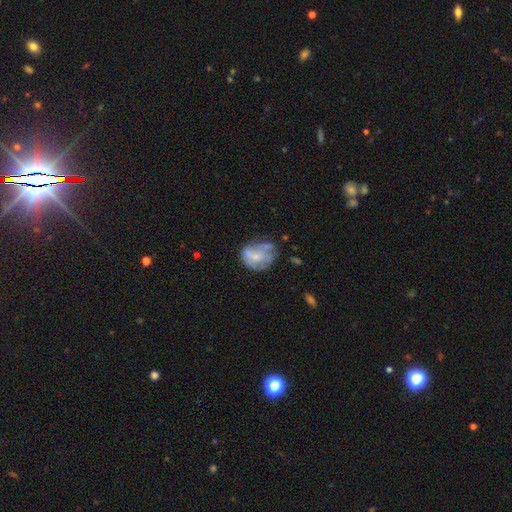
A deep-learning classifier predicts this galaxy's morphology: type=featured or disk (51%); edge-on=no (98%); bar=no (81%); spiral arms=no (75%); bulge=small (50%); merging=none (45%).